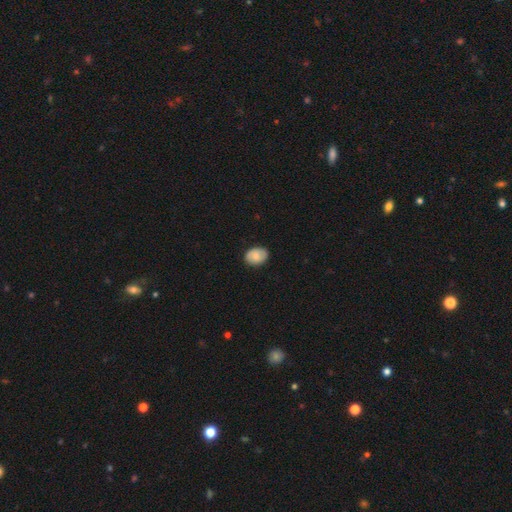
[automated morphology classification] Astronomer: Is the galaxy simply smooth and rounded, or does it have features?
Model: smooth — 75%.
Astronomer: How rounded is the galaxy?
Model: in between — 67%.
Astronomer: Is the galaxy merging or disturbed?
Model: none — 84%.